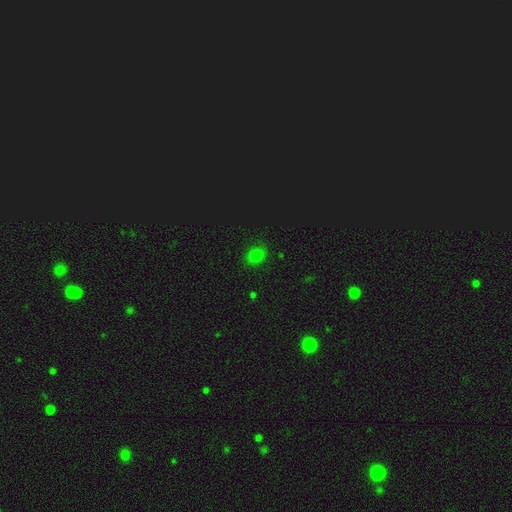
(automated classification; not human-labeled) smooth 74%, star or artifact 21%, featured or disk 6%. Down the decision tree: how rounded — in between (53%); merging — none (85%).